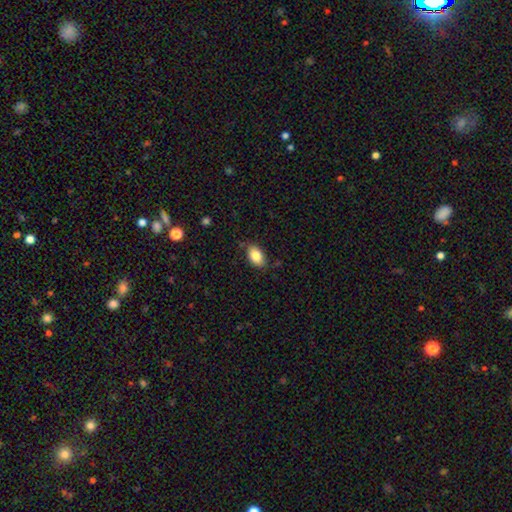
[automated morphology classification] Overall: smooth (83%). How rounded: in between (90%). Merging: none (79%).